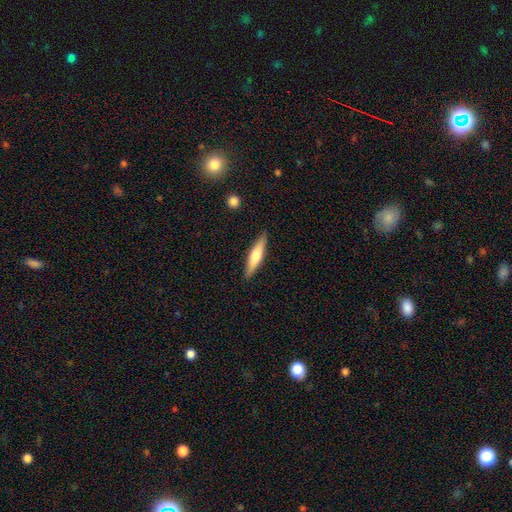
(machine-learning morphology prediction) Smooth or featured: smooth — 51% (featured or disk — 44%)
How rounded: cigar-shaped — 82% (in between — 16%)
Merging: none — 89% (minor disturbance — 8%)